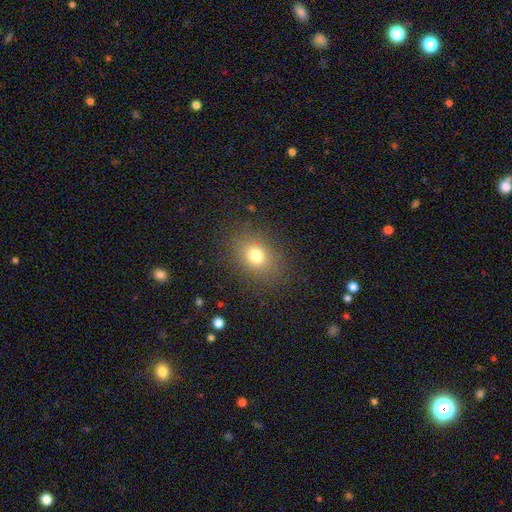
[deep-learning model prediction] Overall: smooth (75%). How rounded: in between (55%; round 44%). Merging: none (85%).